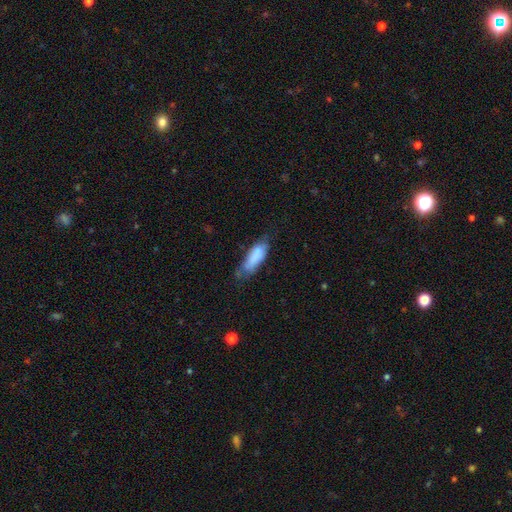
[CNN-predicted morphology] smooth-or-featured: smooth: 77% | featured or disk: 16% | star or artifact: 7%
  how-rounded: in between: 64% | cigar-shaped: 34% | round: 2%
  merging: none: 41% | minor disturbance: 37% | major disturbance: 18% | merger: 4%